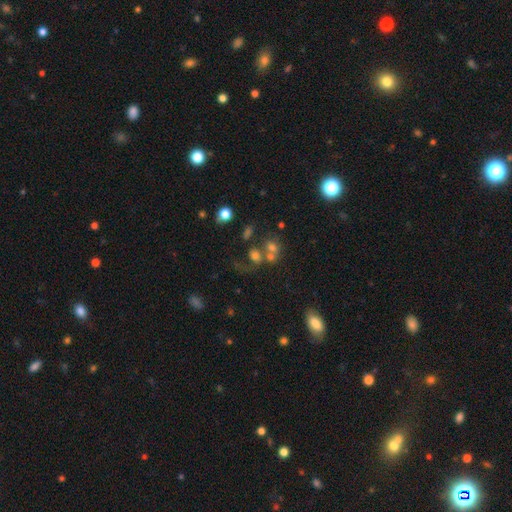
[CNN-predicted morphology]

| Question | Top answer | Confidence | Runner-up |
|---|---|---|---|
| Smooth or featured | smooth | 49% | featured or disk (28%) |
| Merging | merger | 47% | none (29%) |